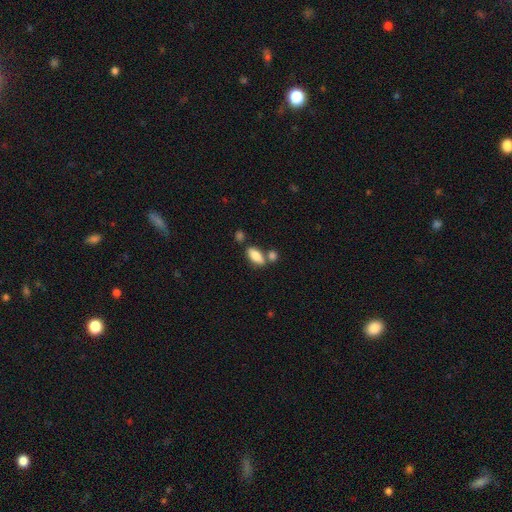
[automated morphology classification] This is clearly a smooth galaxy (83%). How rounded: clearly in between (83%). Merging: likely none (60%).